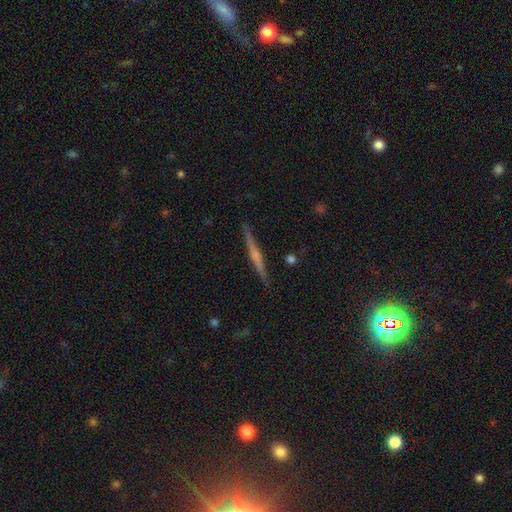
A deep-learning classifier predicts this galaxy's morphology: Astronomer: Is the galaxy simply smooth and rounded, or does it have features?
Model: featured or disk — 68%.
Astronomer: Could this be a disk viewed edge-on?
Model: yes — 98%.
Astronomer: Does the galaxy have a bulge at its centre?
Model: rounded — 58%.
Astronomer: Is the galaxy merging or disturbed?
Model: none — 91%.